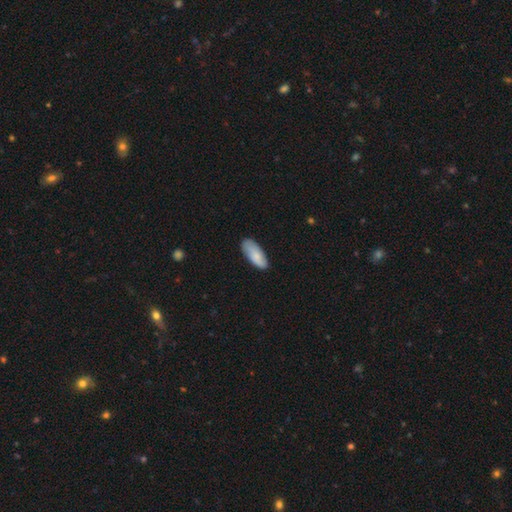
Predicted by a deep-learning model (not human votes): smooth-or-featured: smooth: 78% | featured or disk: 16% | star or artifact: 6%
  how-rounded: in between: 82% | cigar-shaped: 16% | round: 2%
  merging: none: 80% | minor disturbance: 16% | major disturbance: 2% | merger: 1%